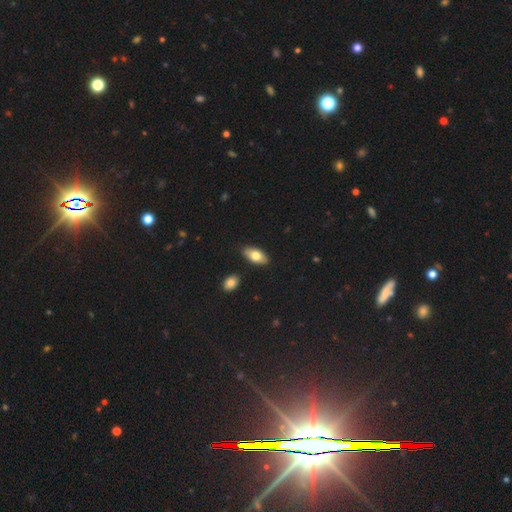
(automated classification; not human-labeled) Smooth or featured?
  - smooth: 74% *
  - featured or disk: 20%
  - star or artifact: 6%
How rounded?
  - in between: 90% *
  - cigar-shaped: 7%
  - round: 3%
Merging?
  - none: 83% *
  - minor disturbance: 12%
  - merger: 3%
  - major disturbance: 2%